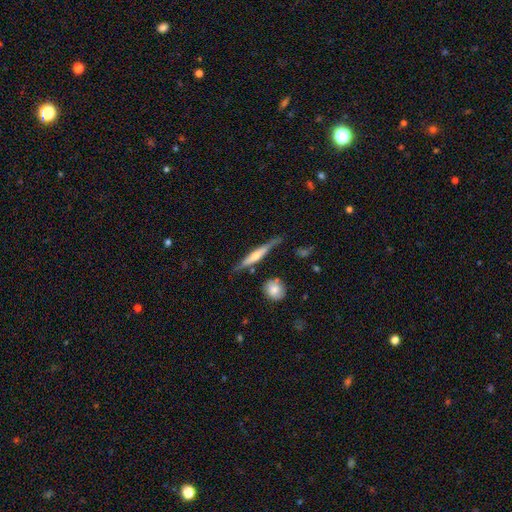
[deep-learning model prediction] The model was most divided on "smooth or featured": featured or disk: 61%, smooth: 34%, star or artifact: 6%. More confident: edge-on disk — yes (94%); merging — none (73%); edge-on bulge — rounded (66%).